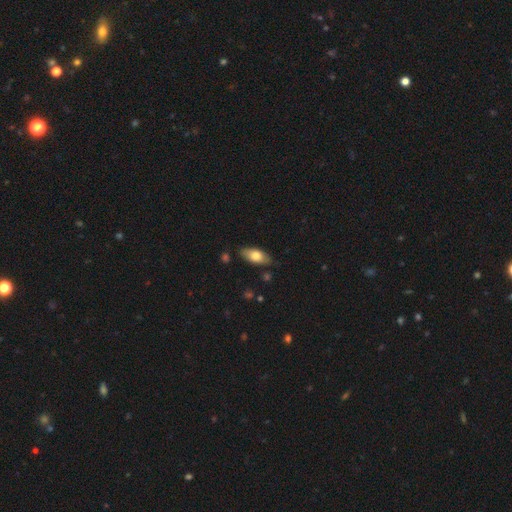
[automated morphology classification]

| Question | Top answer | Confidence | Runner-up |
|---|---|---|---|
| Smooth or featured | smooth | 74% | featured or disk (20%) |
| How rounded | in between | 86% | cigar-shaped (11%) |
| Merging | none | 81% | minor disturbance (15%) |